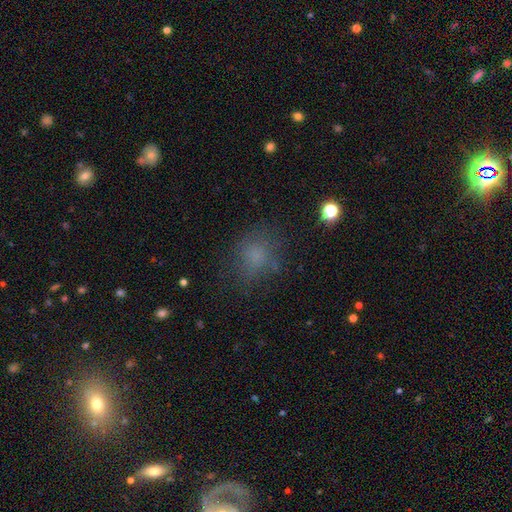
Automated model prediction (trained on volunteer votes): This appears to be a smooth galaxy with no disk features (70%) that is round (67%). Merging: none (67%).